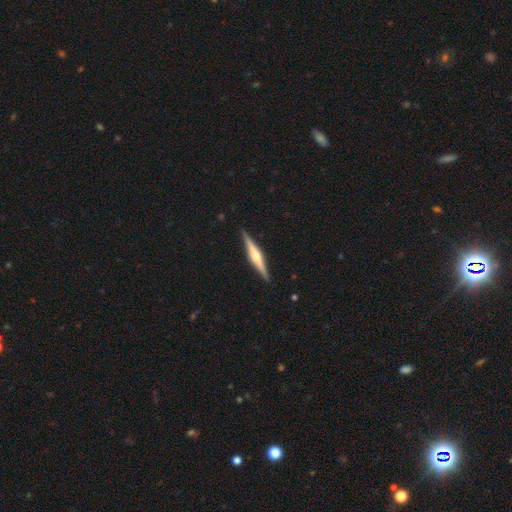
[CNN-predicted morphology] type=featured or disk (72%); edge-on=yes (98%); edge-on bulge=rounded (76%); merging=none (91%).